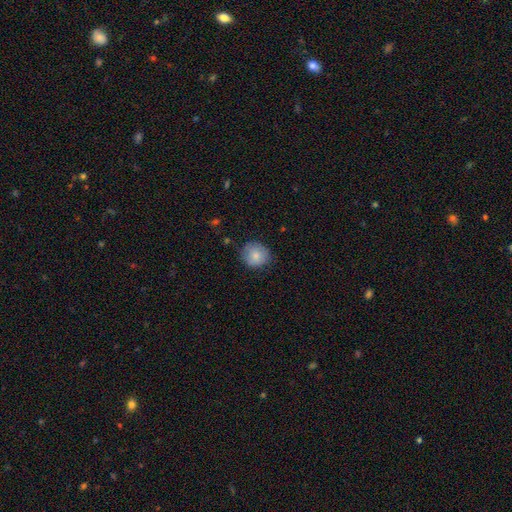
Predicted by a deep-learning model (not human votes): Smooth or featured?
  - smooth: 83% *
  - featured or disk: 10%
  - star or artifact: 7%
How rounded?
  - round: 84% *
  - in between: 15%
  - cigar-shaped: 1%
Merging?
  - none: 78% *
  - minor disturbance: 17%
  - major disturbance: 3%
  - merger: 1%